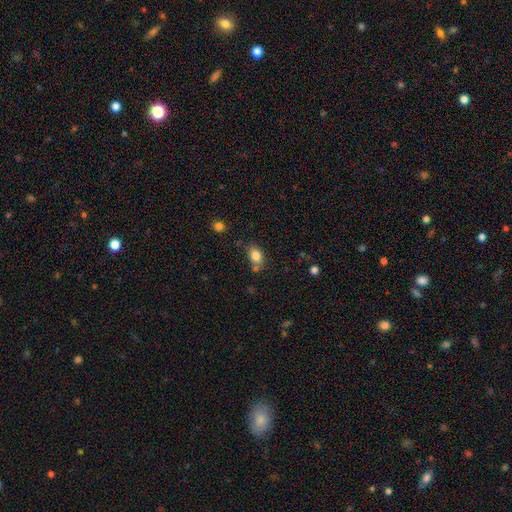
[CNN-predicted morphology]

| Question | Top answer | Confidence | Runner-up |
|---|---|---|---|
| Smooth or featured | smooth | 82% | star or artifact (10%) |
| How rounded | in between | 75% | round (23%) |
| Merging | none | 63% | minor disturbance (19%) |